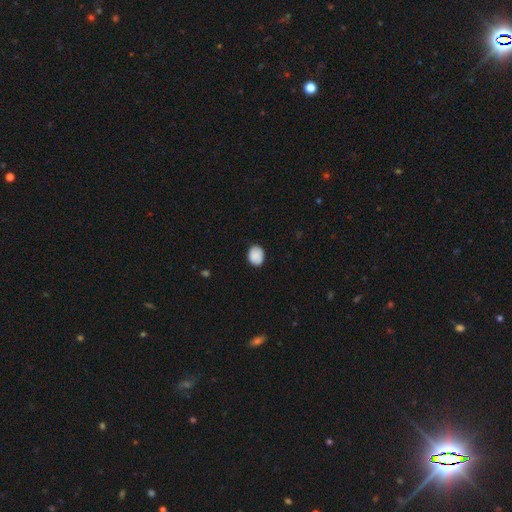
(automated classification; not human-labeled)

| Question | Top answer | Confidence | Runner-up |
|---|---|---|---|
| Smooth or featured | smooth | 88% | star or artifact (7%) |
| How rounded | round | 50% | in between (49%) |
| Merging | none | 81% | minor disturbance (15%) |